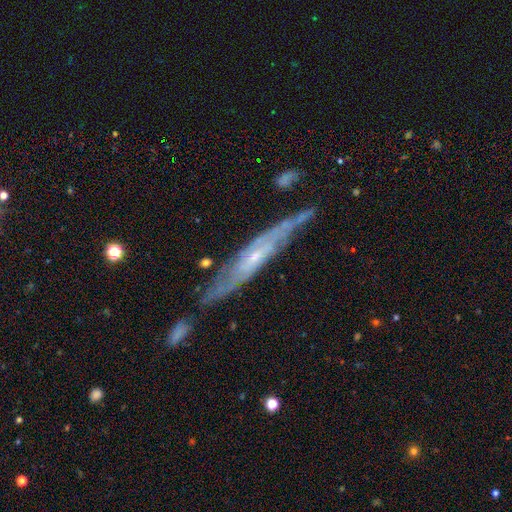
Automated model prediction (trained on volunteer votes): The model was most divided on "edge-on disk": yes: 53%, no: 47%. More confident: smooth or featured — featured or disk (81%); merging — none (69%).